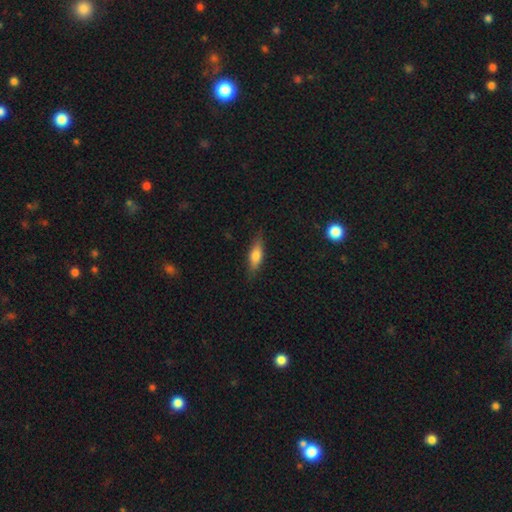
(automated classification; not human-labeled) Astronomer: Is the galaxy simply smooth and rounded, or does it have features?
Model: smooth — 65%.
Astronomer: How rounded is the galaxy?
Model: in between — 52% (runner-up: cigar-shaped, 45%).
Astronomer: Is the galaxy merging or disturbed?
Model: none — 83%.